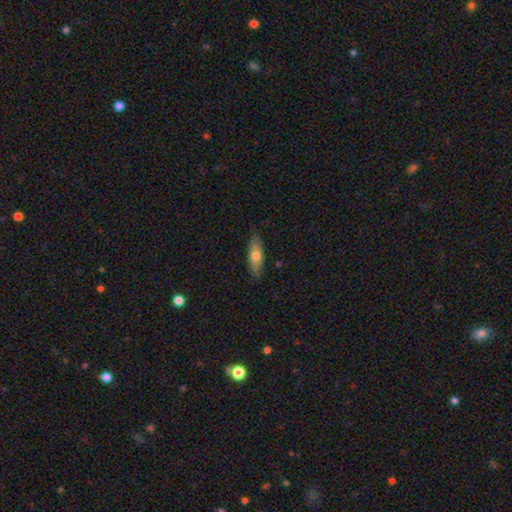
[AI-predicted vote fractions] This appears to be a smooth galaxy with no disk features (66%) that is in between round and cigar-shaped (57%). Merging: none (82%).